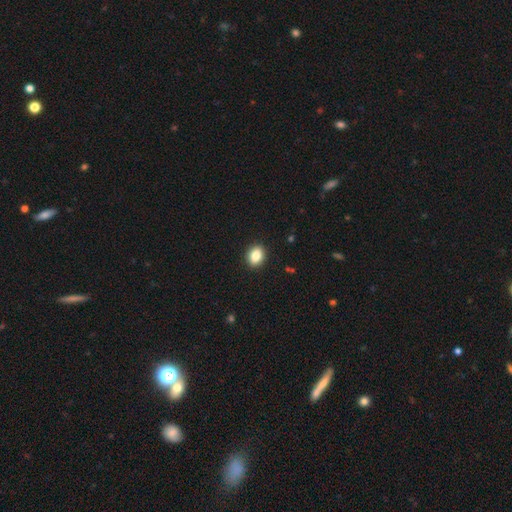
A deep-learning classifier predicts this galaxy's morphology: Smooth or featured? Predicted: smooth (p=0.86). How rounded? Predicted: in between (p=0.55). Merging? Predicted: none (p=0.91).